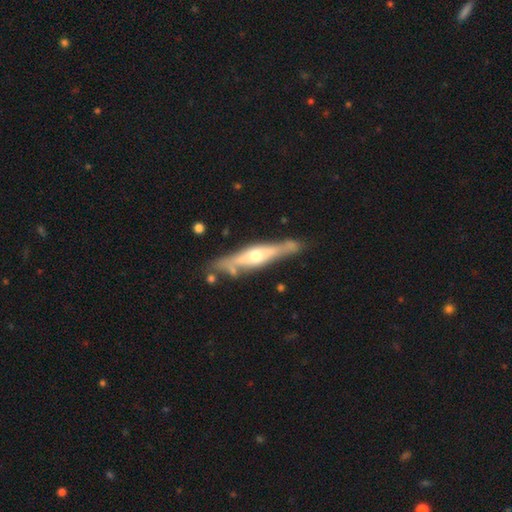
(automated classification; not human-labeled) Smooth or featured: featured or disk — 75% (smooth — 20%)
Edge-on disk: yes — 85% (no — 15%)
Edge-on bulge: rounded — 84% (boxy — 9%)
Merging: none — 73% (minor disturbance — 17%)